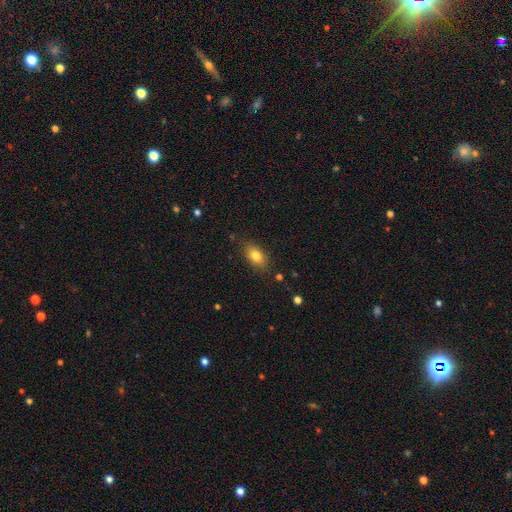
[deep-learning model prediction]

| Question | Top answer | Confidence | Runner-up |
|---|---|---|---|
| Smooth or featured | smooth | 81% | featured or disk (10%) |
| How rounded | in between | 85% | round (11%) |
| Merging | none | 82% | minor disturbance (14%) |